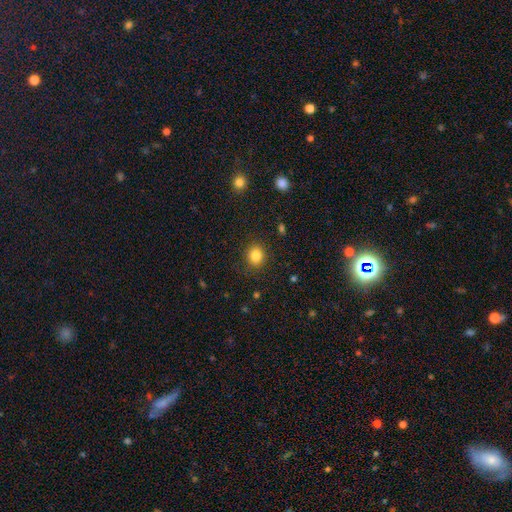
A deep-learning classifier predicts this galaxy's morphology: Q: Smooth or featured?
A: smooth (83%); runner-up: star or artifact (11%)
Q: How rounded?
A: round (76%); runner-up: in between (23%)
Q: Merging?
A: none (88%); runner-up: minor disturbance (8%)